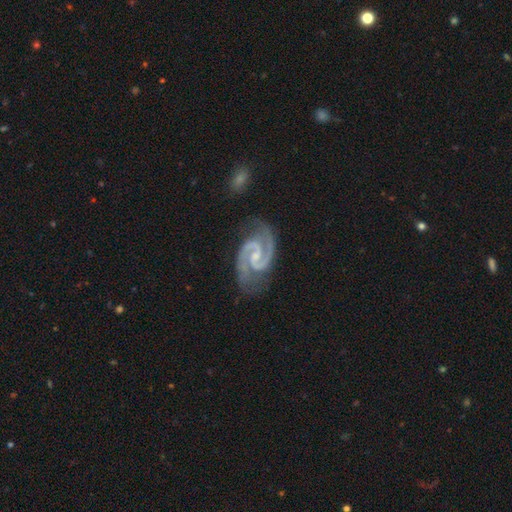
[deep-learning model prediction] smooth_or_featured: featured or disk (p=0.94) [alt: star or artifact p=0.03]
disk_edge_on: no (p=0.98) [alt: yes p=0.02]
bar: weak (p=0.52) [alt: no p=0.31]
has_spiral_arms: yes (p=0.99) [alt: no p=0.01]
spiral_winding: medium (p=0.63) [alt: tight p=0.29]
spiral_arm_count: 2 (p=0.94) [alt: 3 p=0.01]
bulge_size: small (p=0.60) [alt: moderate p=0.26]
merging: none (p=0.75) [alt: minor disturbance p=0.18]